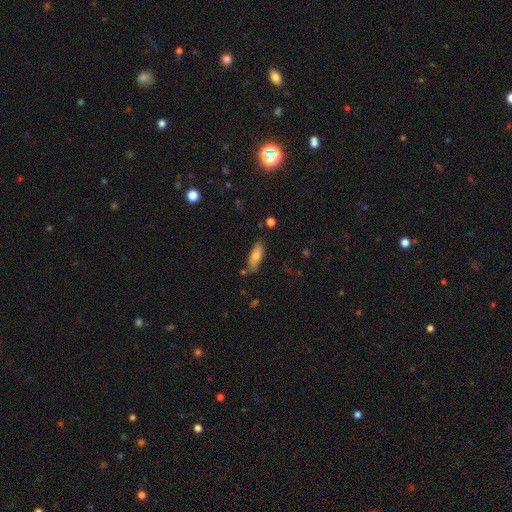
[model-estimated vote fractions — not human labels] Q: Smooth or featured?
A: smooth (70%); runner-up: featured or disk (23%)
Q: How rounded?
A: in between (71%); runner-up: cigar-shaped (26%)
Q: Merging?
A: none (68%); runner-up: minor disturbance (23%)